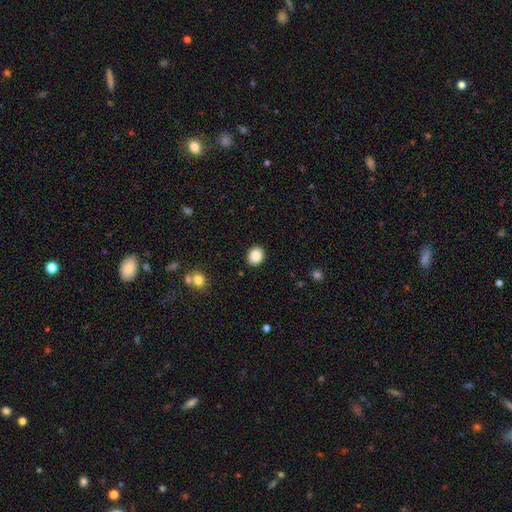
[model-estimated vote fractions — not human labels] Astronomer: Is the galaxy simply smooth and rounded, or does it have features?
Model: smooth — 87%.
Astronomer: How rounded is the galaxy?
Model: round — 52% (runner-up: in between, 47%).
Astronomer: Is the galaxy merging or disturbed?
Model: none — 91%.